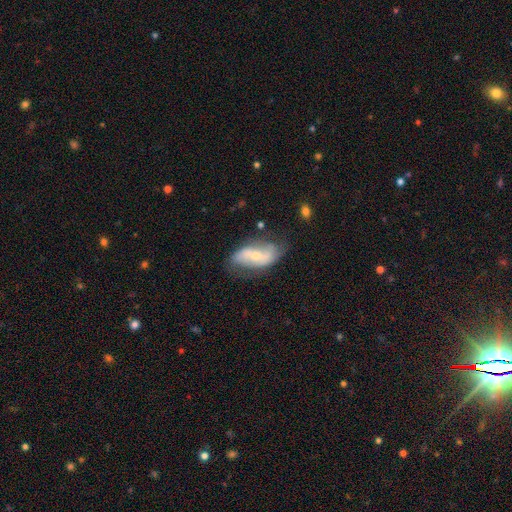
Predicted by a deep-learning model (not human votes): Smooth or featured: featured or disk — 66% (smooth — 28%)
Edge-on disk: no — 93% (yes — 7%)
Bar: no — 43% (weak — 37%)
Spiral arms: yes — 84% (no — 16%)
Spiral winding: loose — 51% (medium — 33%)
Spiral arm count: 2 — 83% (can't tell — 11%)
Bulge size: small — 56% (moderate — 37%)
Merging: none — 61% (minor disturbance — 25%)